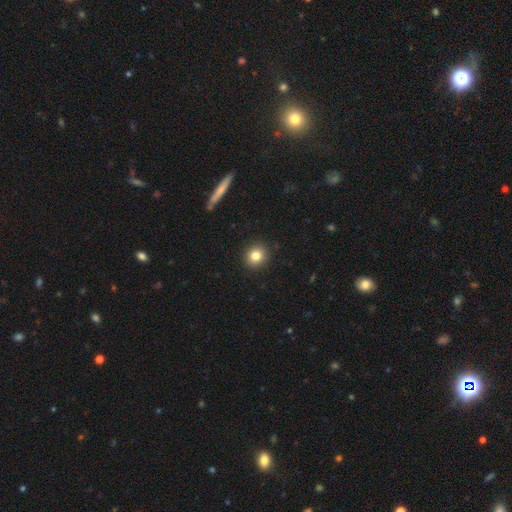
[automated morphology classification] Q: Smooth or featured?
A: smooth (82%); runner-up: star or artifact (11%)
Q: How rounded?
A: round (87%); runner-up: in between (12%)
Q: Merging?
A: none (92%); runner-up: minor disturbance (6%)